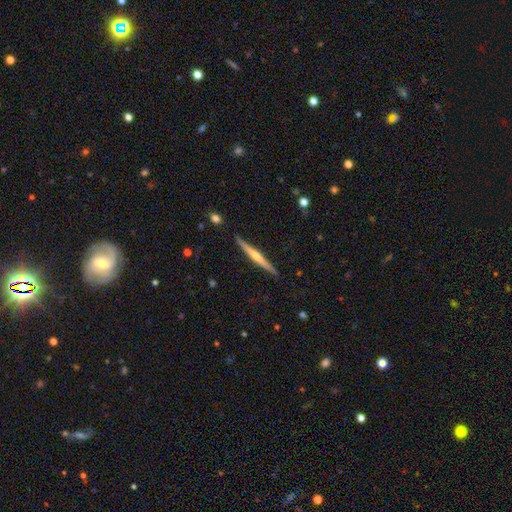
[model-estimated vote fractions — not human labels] Smooth or featured?
  - featured or disk: 74% *
  - smooth: 21%
  - star or artifact: 6%
Edge-on disk?
  - yes: 98% *
  - no: 2%
Edge-on bulge?
  - rounded: 77% *
  - none: 17%
  - boxy: 6%
Merging?
  - none: 90% *
  - minor disturbance: 7%
  - major disturbance: 1%
  - merger: 1%